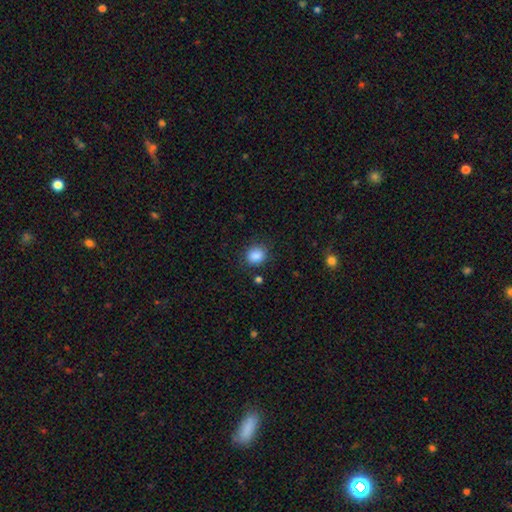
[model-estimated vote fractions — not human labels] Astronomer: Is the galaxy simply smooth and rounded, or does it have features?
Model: smooth — 87%.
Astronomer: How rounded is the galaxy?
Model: round — 74%.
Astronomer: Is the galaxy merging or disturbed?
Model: none — 82%.